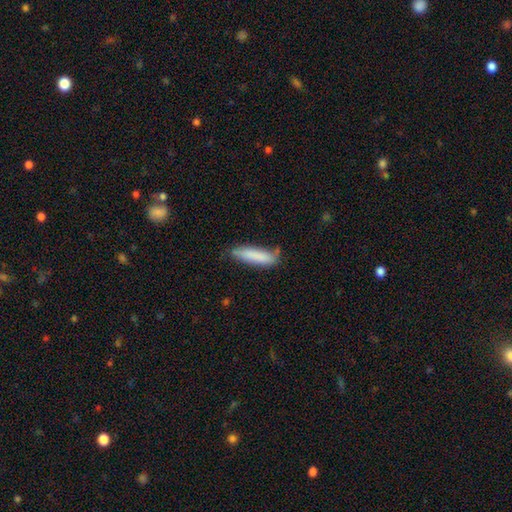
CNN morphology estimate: This is clearly a smooth galaxy (82%). How rounded: likely cigar-shaped (76%). Merging: likely none (63%).